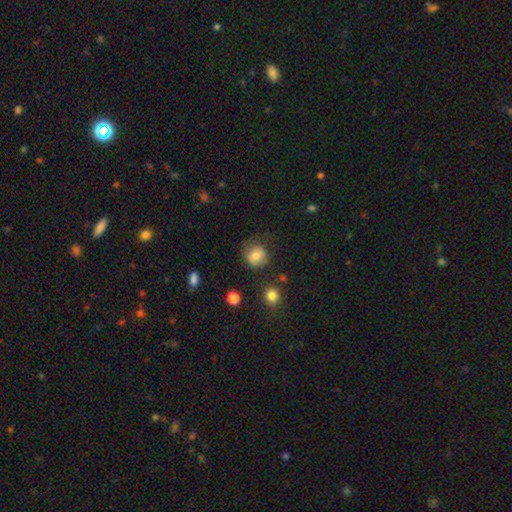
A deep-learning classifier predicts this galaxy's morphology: A smooth galaxy with no disk features (77%) that is round (85%).

Vote fractions:
- Smooth or featured? smooth: 77% / featured or disk: 13% / star or artifact: 10%
- How rounded? round: 85% / in between: 14% / cigar-shaped: 1%
- Merging? none: 68% / minor disturbance: 20% / major disturbance: 9% / merger: 2%